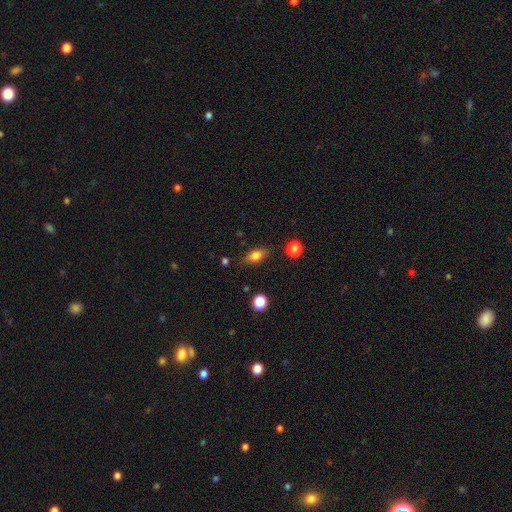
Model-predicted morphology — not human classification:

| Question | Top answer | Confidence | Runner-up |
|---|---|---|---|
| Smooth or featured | smooth | 76% | featured or disk (15%) |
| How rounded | in between | 77% | round (14%) |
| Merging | none | 79% | minor disturbance (15%) |